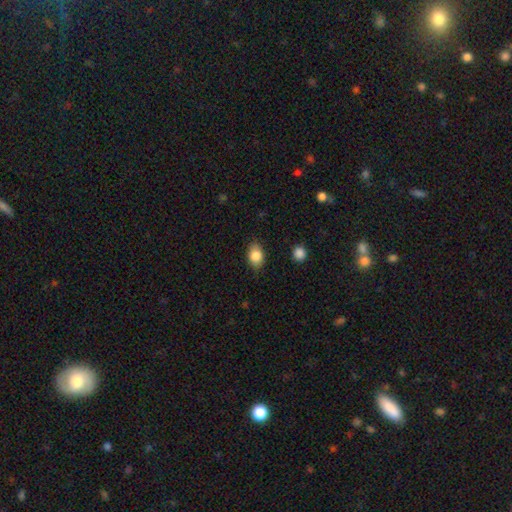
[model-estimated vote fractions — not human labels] Q: Smooth or featured?
A: smooth (85%); runner-up: star or artifact (8%)
Q: How rounded?
A: in between (78%); runner-up: round (20%)
Q: Merging?
A: none (83%); runner-up: minor disturbance (13%)